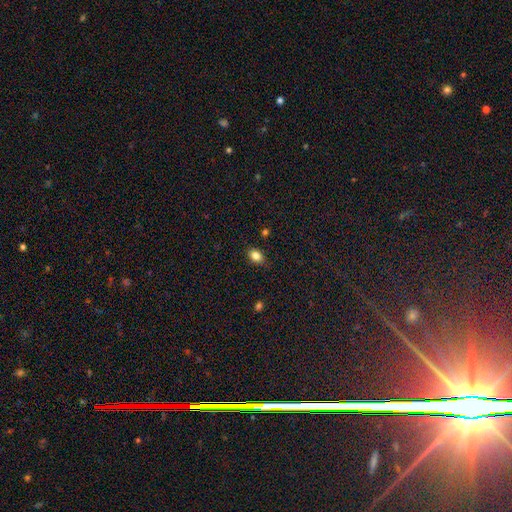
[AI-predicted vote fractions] This is clearly a smooth galaxy (84%). How rounded: likely in between (76%). Merging: clearly none (84%).